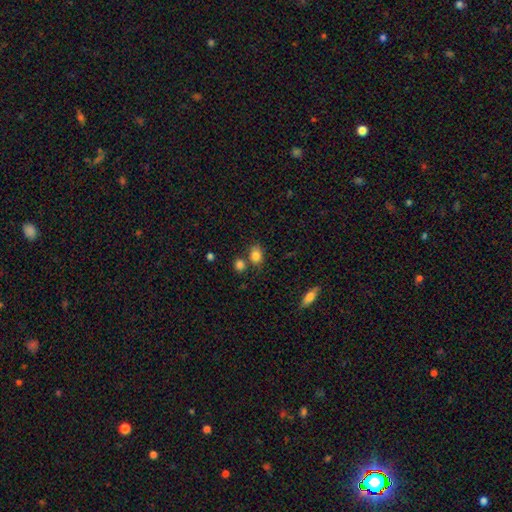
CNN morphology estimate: smooth_or_featured: smooth (p=0.83) [alt: star or artifact p=0.11]
how_rounded: in between (p=0.57) [alt: round p=0.42]
merging: none (p=0.64) [alt: merger p=0.18]